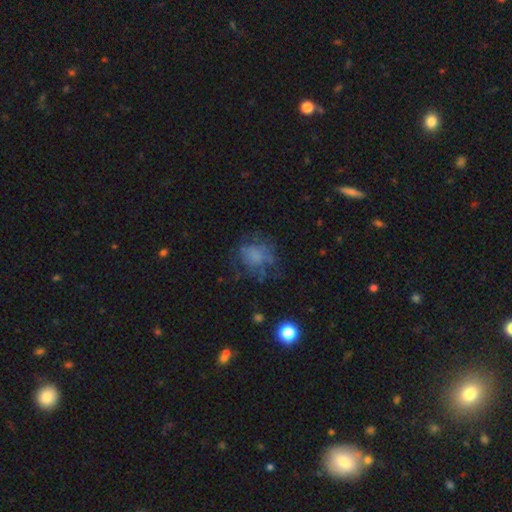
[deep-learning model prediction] The model was most divided on "smooth or featured": smooth: 49%, featured or disk: 35%, star or artifact: 16%. More confident: merging — none (53%).